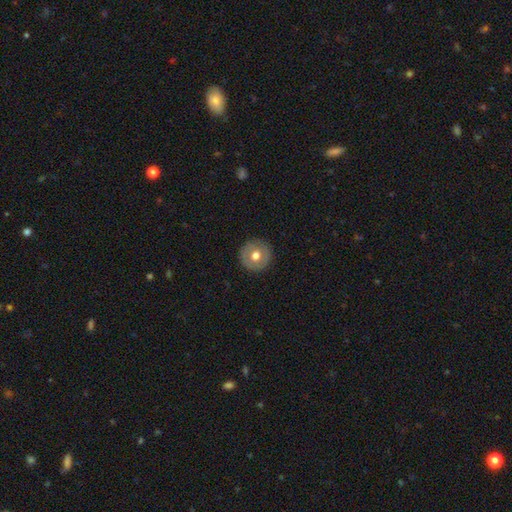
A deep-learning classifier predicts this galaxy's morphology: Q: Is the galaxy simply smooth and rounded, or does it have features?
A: smooth — 61%.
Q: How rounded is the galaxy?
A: round — 95%.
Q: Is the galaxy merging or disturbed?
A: none — 90%.